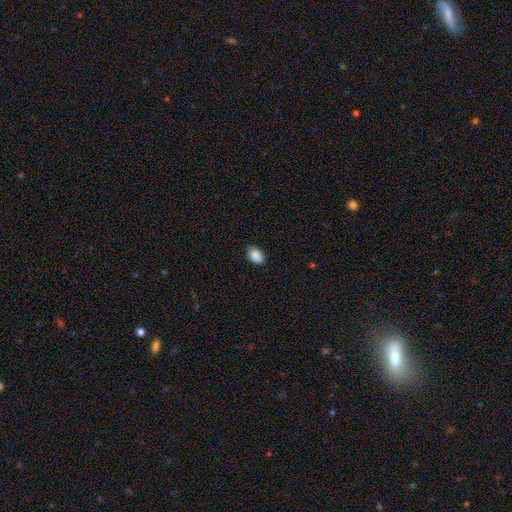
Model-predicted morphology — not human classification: A smooth galaxy with no disk features (89%) that is in between round and cigar-shaped (87%).

Vote fractions:
- Smooth or featured? smooth: 89% / star or artifact: 7% / featured or disk: 3%
- How rounded? in between: 87% / round: 12% / cigar-shaped: 1%
- Merging? none: 83% / minor disturbance: 14% / major disturbance: 2% / merger: 1%